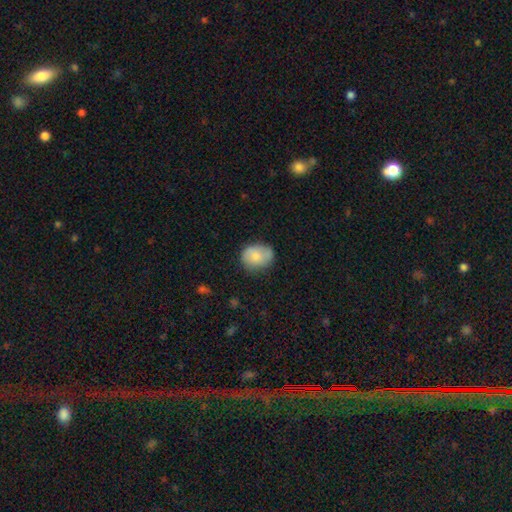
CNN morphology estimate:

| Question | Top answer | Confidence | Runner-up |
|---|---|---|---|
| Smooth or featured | smooth | 72% | featured or disk (21%) |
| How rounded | round | 58% | in between (41%) |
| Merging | none | 67% | minor disturbance (25%) |